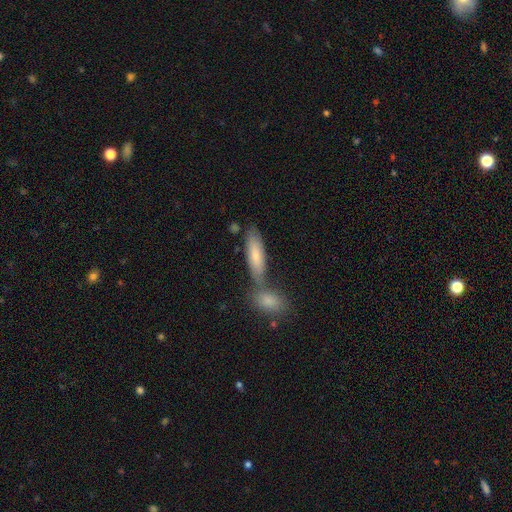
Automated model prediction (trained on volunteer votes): This appears to be a smooth galaxy with no disk features (76%) that is cigar-shaped (50%). Merging: none (50%).